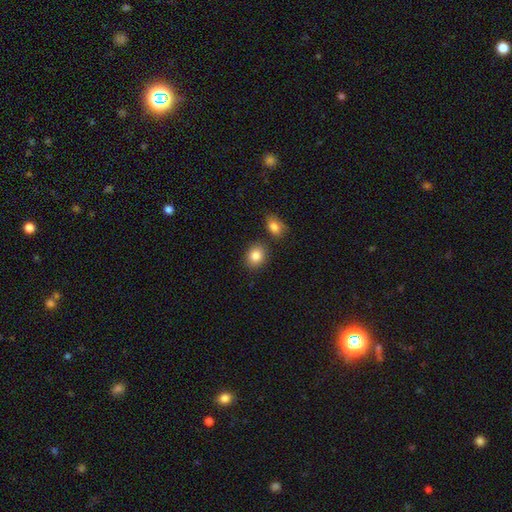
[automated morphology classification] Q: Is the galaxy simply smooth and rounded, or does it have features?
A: smooth — 85%.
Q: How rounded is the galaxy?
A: round — 56%.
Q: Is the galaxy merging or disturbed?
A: none — 79%.